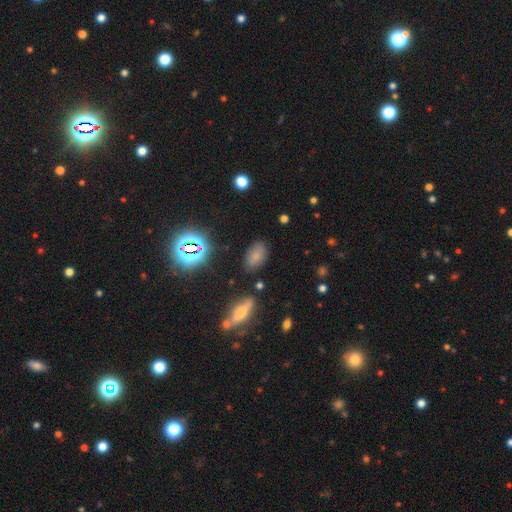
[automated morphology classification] The model was most divided on "smooth or featured": smooth: 70%, star or artifact: 20%, featured or disk: 11%. More confident: how rounded — in between (90%); merging — none (81%).